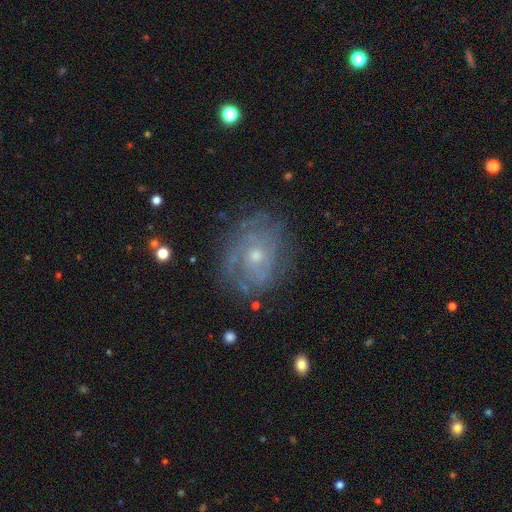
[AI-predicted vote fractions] smooth-or-featured: featured or disk: 73% | smooth: 18% | star or artifact: 10%
  disk-edge-on: no: 96% | yes: 4%
    bar: no: 81% | weak: 17% | strong: 3%
    has-spiral-arms: yes: 80% | no: 20%
      spiral-winding: tight: 63% | medium: 27% | loose: 10%
      spiral-arm-count: can't tell: 54% | 2: 19% | 3: 11% | 4: 6% | 1: 6% | more than 4: 5%
    bulge-size: small: 59% | moderate: 37% | none: 2% | large: 1% | dominant: 1%
  merging: none: 72% | minor disturbance: 18% | major disturbance: 8% | merger: 2%